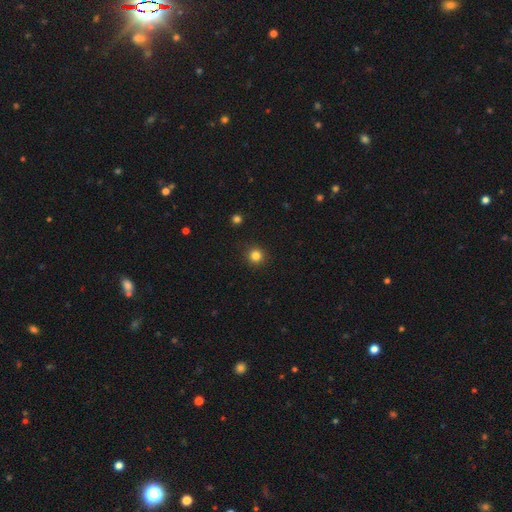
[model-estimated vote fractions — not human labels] Smooth or featured? Predicted: smooth (p=0.83). How rounded? Predicted: round (p=0.94). Merging? Predicted: none (p=0.91).